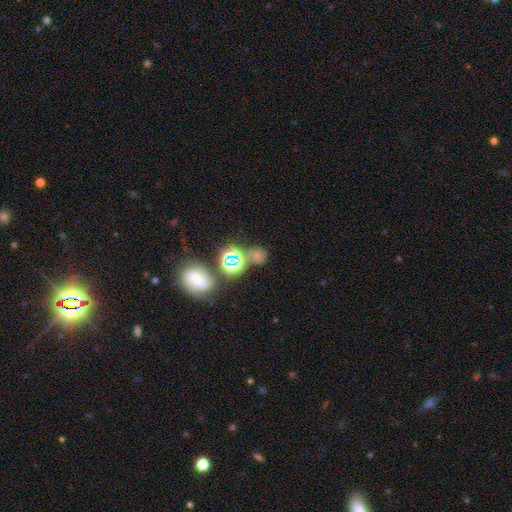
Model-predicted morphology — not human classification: Smooth or featured: smooth — 50% (star or artifact — 40%)
Merging: none — 59% (merger — 20%)